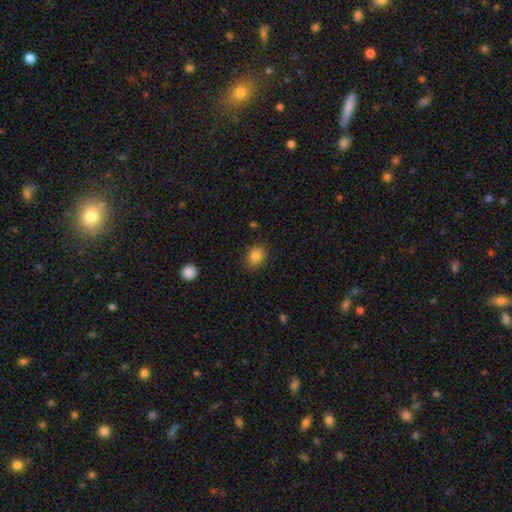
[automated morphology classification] Smooth or featured: smooth — 84% (star or artifact — 10%)
How rounded: in between — 58% (round — 41%)
Merging: none — 84% (minor disturbance — 11%)